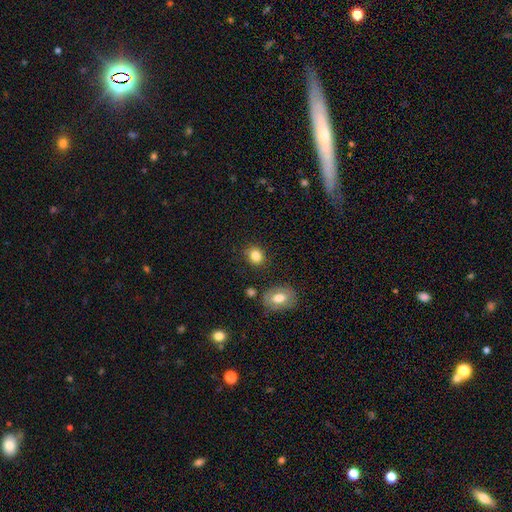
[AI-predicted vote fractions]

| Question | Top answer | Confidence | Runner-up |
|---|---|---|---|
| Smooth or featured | smooth | 84% | star or artifact (10%) |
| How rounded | round | 60% | in between (39%) |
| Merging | none | 82% | minor disturbance (11%) |